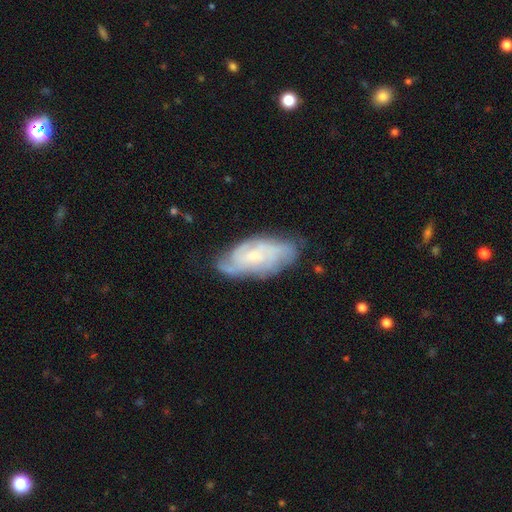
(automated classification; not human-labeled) smooth_or_featured: featured or disk (p=0.72) [alt: smooth p=0.21]
disk_edge_on: no (p=0.93) [alt: yes p=0.07]
bar: no (p=0.64) [alt: weak p=0.31]
has_spiral_arms: yes (p=0.91) [alt: no p=0.09]
spiral_winding: tight (p=0.54) [alt: medium p=0.35]
spiral_arm_count: can't tell (p=0.39) [alt: 3 p=0.23]
bulge_size: small (p=0.49) [alt: moderate p=0.31]
merging: none (p=0.68) [alt: minor disturbance p=0.23]